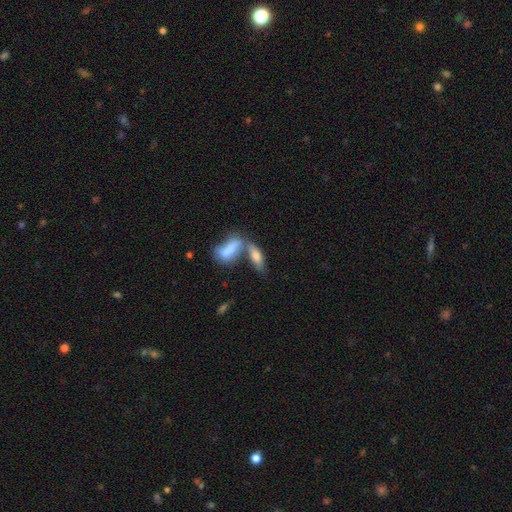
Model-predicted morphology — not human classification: Overall: smooth (72%). How rounded: in between (67%; cigar-shaped 30%). Merging: merger (55%; none 29%).